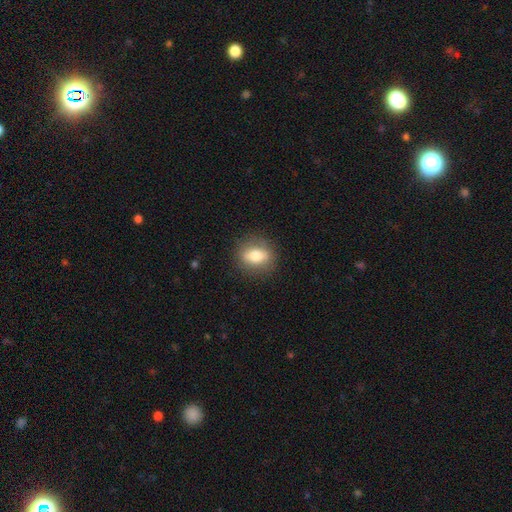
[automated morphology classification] Smooth or featured?
  - smooth: 69% *
  - featured or disk: 23%
  - star or artifact: 8%
How rounded?
  - in between: 57% *
  - round: 38%
  - cigar-shaped: 5%
Merging?
  - none: 85% *
  - minor disturbance: 11%
  - major disturbance: 3%
  - merger: 1%